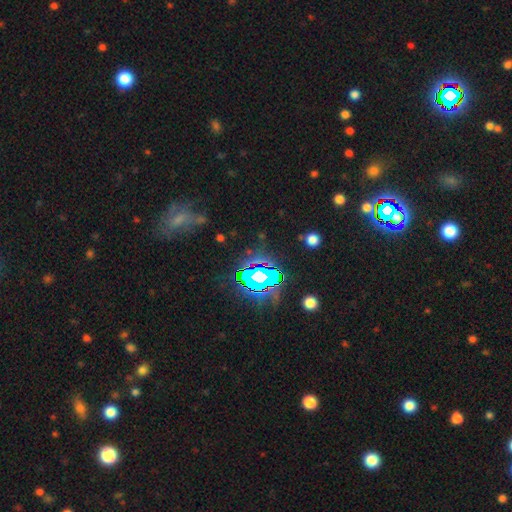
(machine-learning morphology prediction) A star or artifact, not a galaxy (78%).

Vote fractions:
- Smooth or featured? star or artifact: 78% / smooth: 13% / featured or disk: 9%